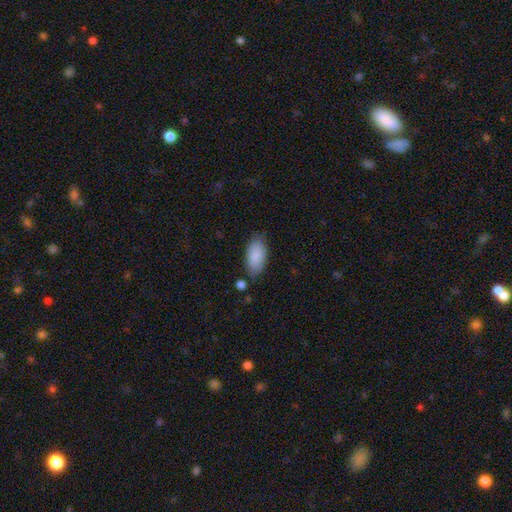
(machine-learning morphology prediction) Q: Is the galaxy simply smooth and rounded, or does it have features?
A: smooth — 88%.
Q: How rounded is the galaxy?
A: in between — 93%.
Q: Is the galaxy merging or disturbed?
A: none — 76%.